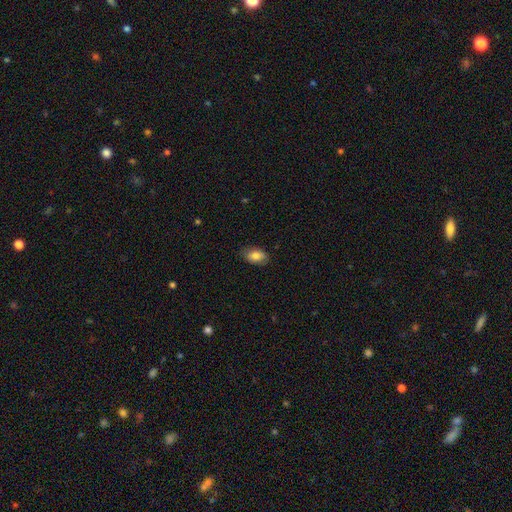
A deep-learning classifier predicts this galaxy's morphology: This is clearly a smooth galaxy (83%). How rounded: clearly in between (90%). Merging: clearly none (83%).